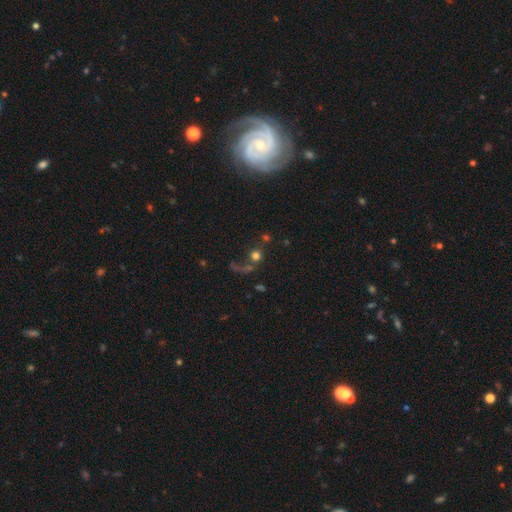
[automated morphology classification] Smooth or featured? Predicted: smooth (p=0.61). How rounded? Predicted: round (p=0.90). Merging? Predicted: none (p=0.47).